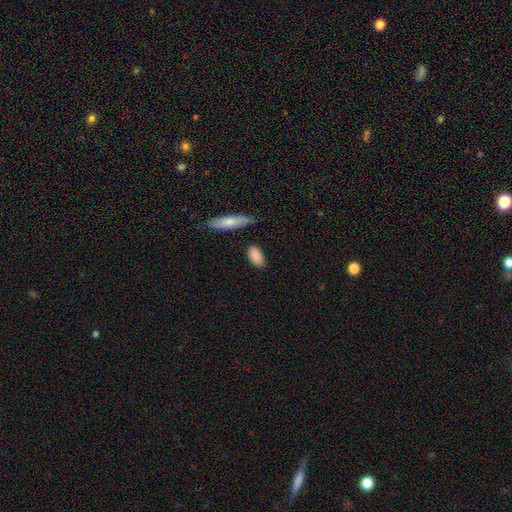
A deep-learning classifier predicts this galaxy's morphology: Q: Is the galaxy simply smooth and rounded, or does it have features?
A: smooth — 88%.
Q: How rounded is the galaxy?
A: in between — 90%.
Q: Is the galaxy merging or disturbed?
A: none — 83%.